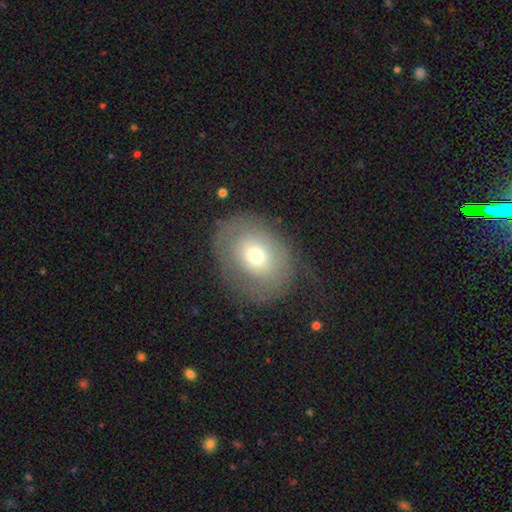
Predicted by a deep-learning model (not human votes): This is possibly a smooth galaxy (58%). How rounded: possibly in between (55%). Merging: likely none (66%).